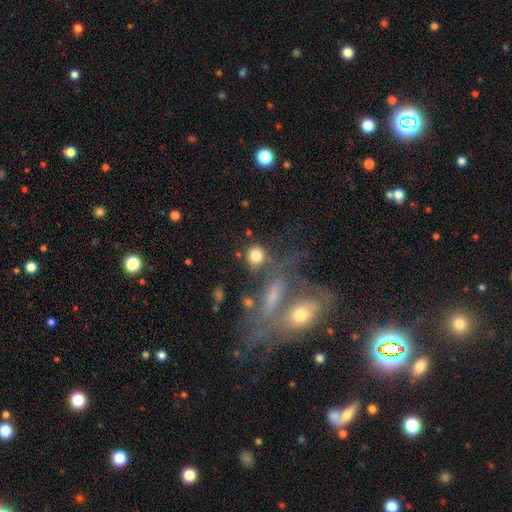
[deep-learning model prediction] This appears to be a smooth galaxy with no disk features (81%) that is round (84%). Merging: none (59%).